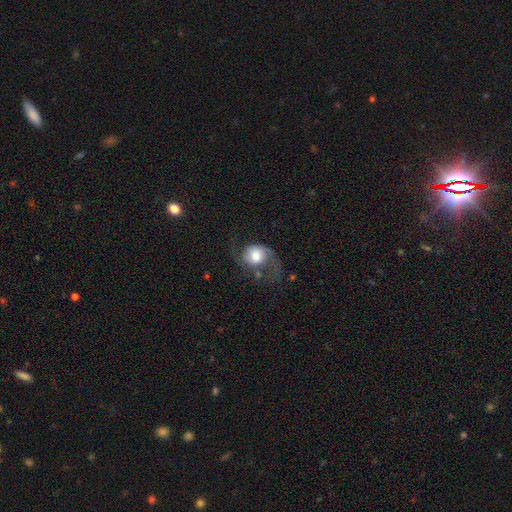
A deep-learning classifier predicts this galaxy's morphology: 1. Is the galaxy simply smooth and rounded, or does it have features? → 60% featured or disk, 32% smooth, 8% star or artifact.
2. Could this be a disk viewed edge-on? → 97% no, 3% yes.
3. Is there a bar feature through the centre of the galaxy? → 71% no, 24% weak, 5% strong.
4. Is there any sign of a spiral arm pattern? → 88% yes, 12% no.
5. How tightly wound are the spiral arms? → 64% loose, 29% medium, 7% tight.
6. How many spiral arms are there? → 77% 2, 17% 1, 3% can't tell, 1% 3, 1% 4, 1% more than 4.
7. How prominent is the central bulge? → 40% large, 39% moderate, 12% dominant, 7% small, 2% none.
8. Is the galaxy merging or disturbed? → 43% none, 32% major disturbance, 20% minor disturbance, 4% merger.